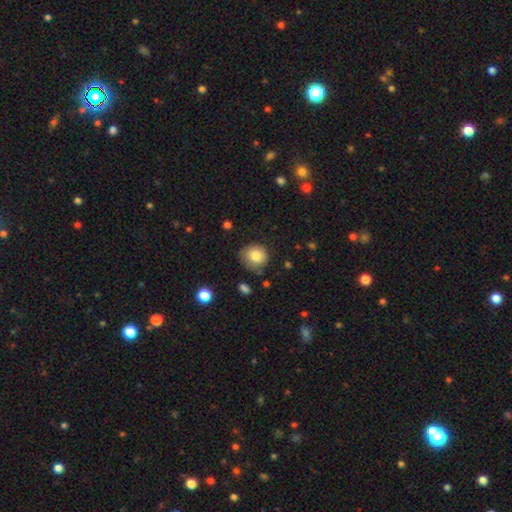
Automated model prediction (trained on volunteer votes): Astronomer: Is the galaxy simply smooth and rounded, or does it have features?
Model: smooth — 83%.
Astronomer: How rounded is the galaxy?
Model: round — 87%.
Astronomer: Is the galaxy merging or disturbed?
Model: none — 73%.